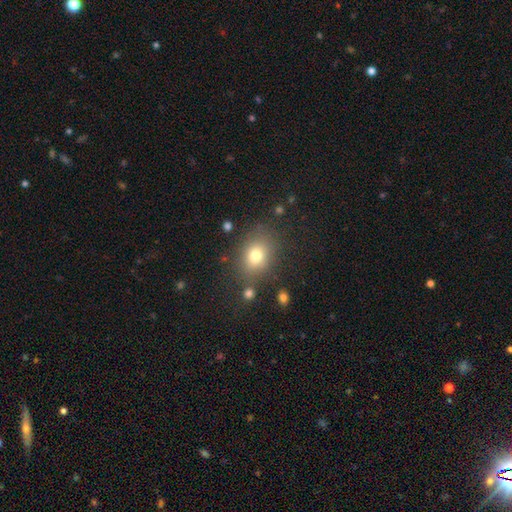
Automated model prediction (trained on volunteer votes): A smooth galaxy with no disk features (76%) that is in between round and cigar-shaped (55%).

Vote fractions:
- Smooth or featured? smooth: 76% / star or artifact: 13% / featured or disk: 11%
- How rounded? in between: 55% / round: 43% / cigar-shaped: 1%
- Merging? none: 76% / minor disturbance: 13% / major disturbance: 6% / merger: 5%